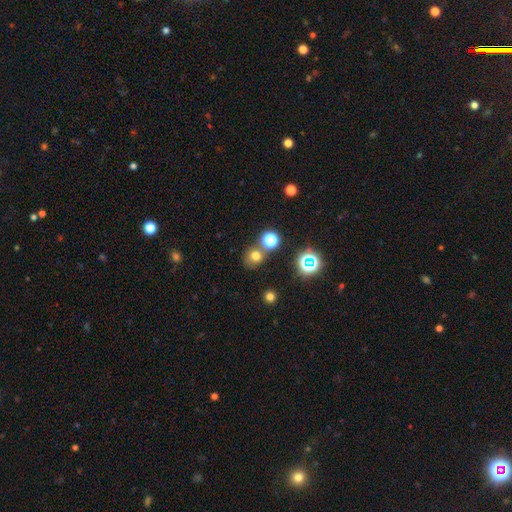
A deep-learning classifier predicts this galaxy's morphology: Smooth or featured? smooth (65%)
How rounded? round (77%)
Merging? none (66%)